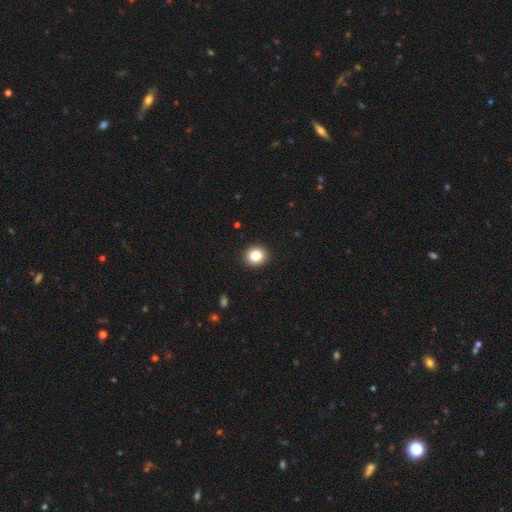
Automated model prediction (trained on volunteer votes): Overall: smooth (85%). How rounded: round (84%). Merging: none (92%).